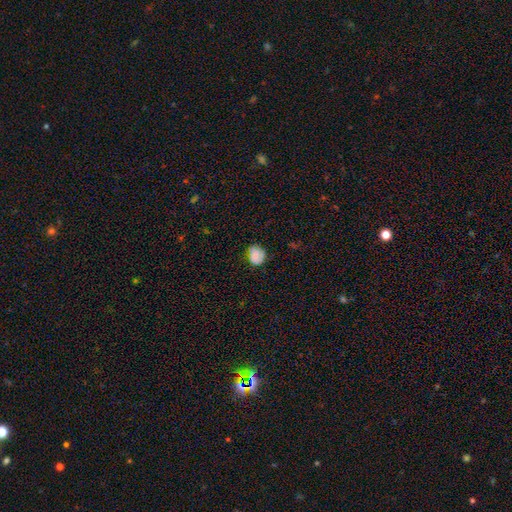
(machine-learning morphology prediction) smooth 58%, featured or disk 32%, star or artifact 10%. Down the decision tree: how rounded — round (65%); merging — none (70%).